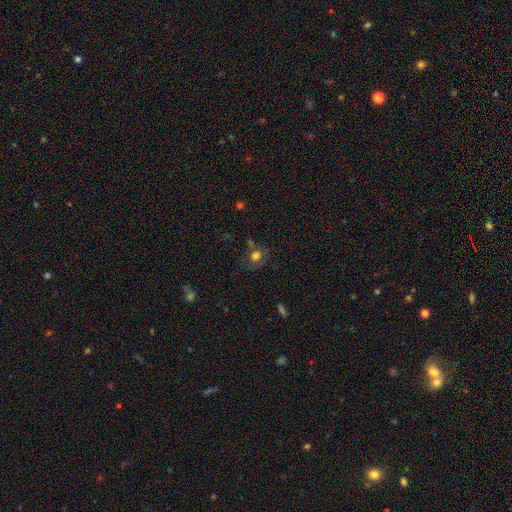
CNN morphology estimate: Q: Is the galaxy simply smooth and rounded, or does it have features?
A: smooth — 62%.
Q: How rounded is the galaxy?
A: round — 61%.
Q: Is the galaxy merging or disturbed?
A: none — 59%.